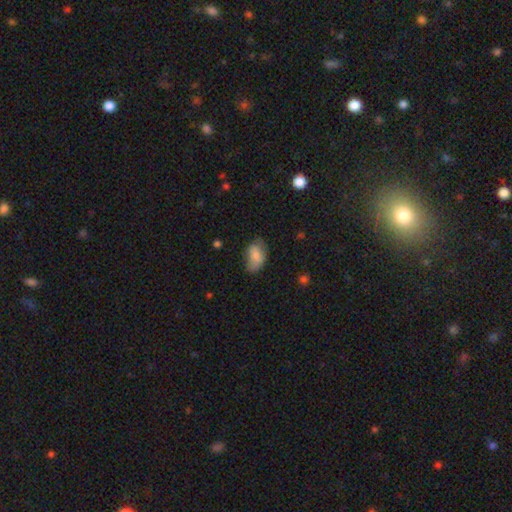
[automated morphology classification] smooth_or_featured: smooth (p=0.71) [alt: featured or disk p=0.21]
how_rounded: in between (p=0.90) [alt: round p=0.08]
merging: none (p=0.52) [alt: minor disturbance p=0.34]